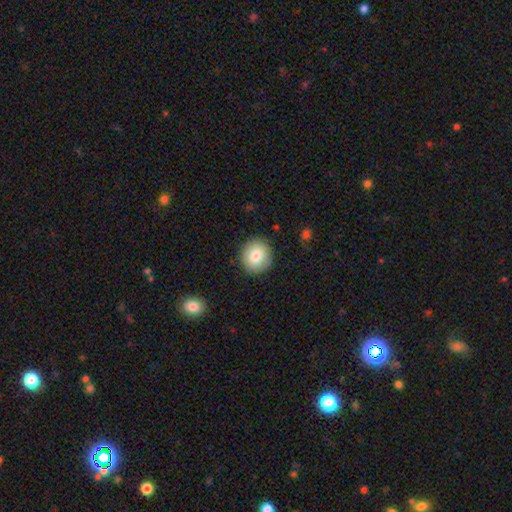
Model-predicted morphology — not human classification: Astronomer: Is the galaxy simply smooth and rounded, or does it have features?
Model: smooth — 81%.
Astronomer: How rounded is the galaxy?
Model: round — 89%.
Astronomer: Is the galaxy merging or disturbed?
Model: none — 90%.